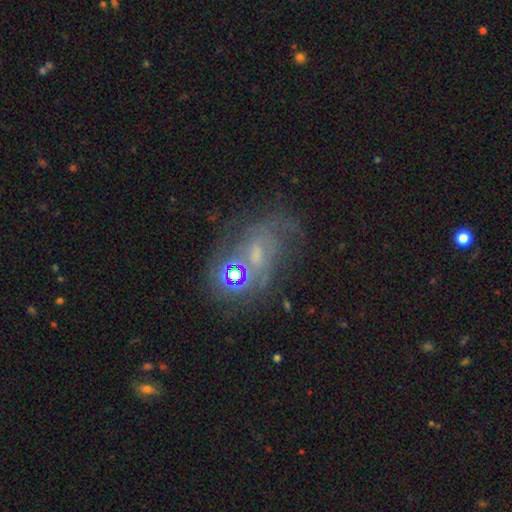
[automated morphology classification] A featured or disk galaxy (53%) with no bar (46%), spiral arms (70%) and a small central bulge (39%).

Vote fractions:
- Smooth or featured? featured or disk: 53% / star or artifact: 26% / smooth: 21%
- Edge-on disk? no: 96% / yes: 4%
- Bar? no: 46% / weak: 40% / strong: 14%
- Spiral arms? yes: 70% / no: 30%
- Bulge size? small: 39% / moderate: 35% / none: 19% / large: 6% / dominant: 2%
- Merging? none: 47% / major disturbance: 22% / minor disturbance: 21% / merger: 10%